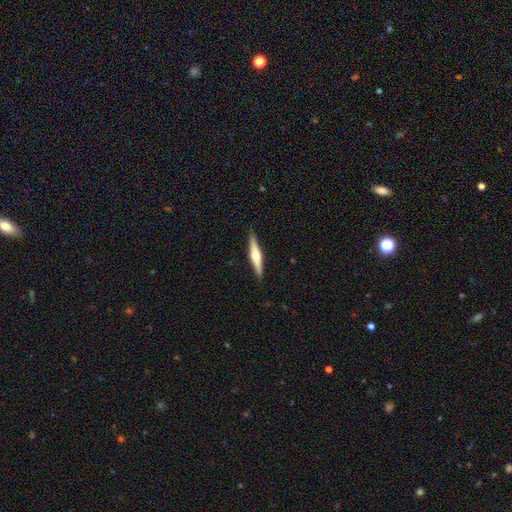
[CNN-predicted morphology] featured or disk 65%, smooth 30%, star or artifact 5%. Down the decision tree: edge-on disk — yes (97%); edge-on bulge — rounded (93%); merging — none (90%).